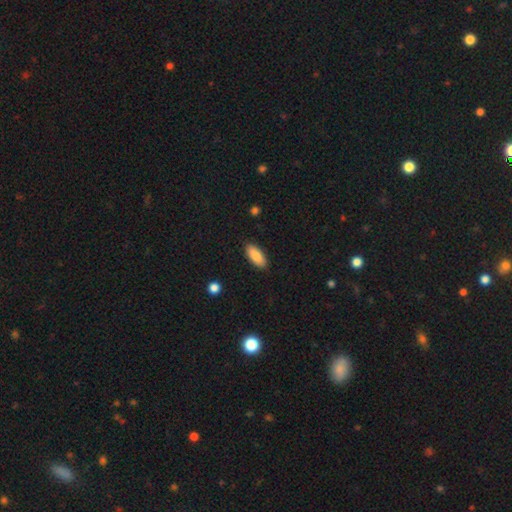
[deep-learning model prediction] A smooth galaxy with no disk features (87%) that is in between round and cigar-shaped (85%).

Vote fractions:
- Smooth or featured? smooth: 87% / featured or disk: 7% / star or artifact: 6%
- How rounded? in between: 85% / cigar-shaped: 13% / round: 2%
- Merging? none: 89% / minor disturbance: 8% / major disturbance: 2% / merger: 1%